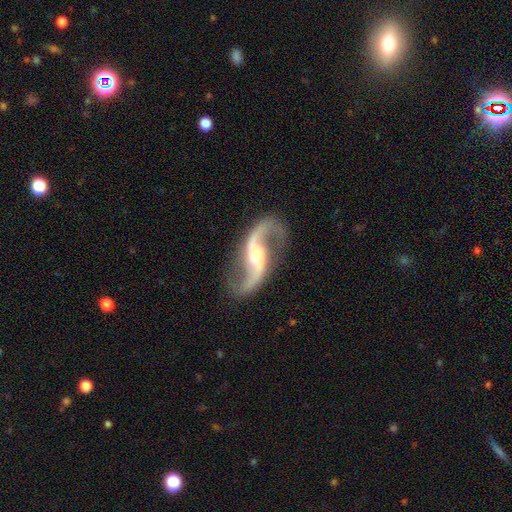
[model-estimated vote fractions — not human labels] Smooth or featured? featured or disk (94%)
Edge-on disk? no (97%)
Bar? weak (42%)
Spiral arms? yes (98%)
Spiral winding? loose (73%)
Spiral arm count? 2 (95%)
Bulge size? moderate (55%)
Merging? none (85%)